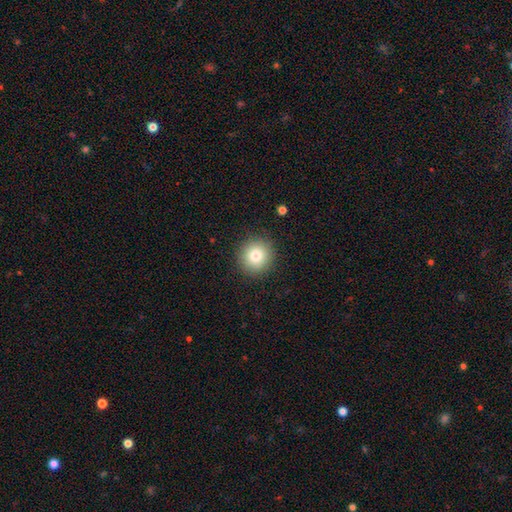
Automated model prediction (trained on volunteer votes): The model was most divided on "smooth or featured": smooth: 80%, star or artifact: 11%, featured or disk: 9%. More confident: how rounded — round (91%); merging — none (90%).